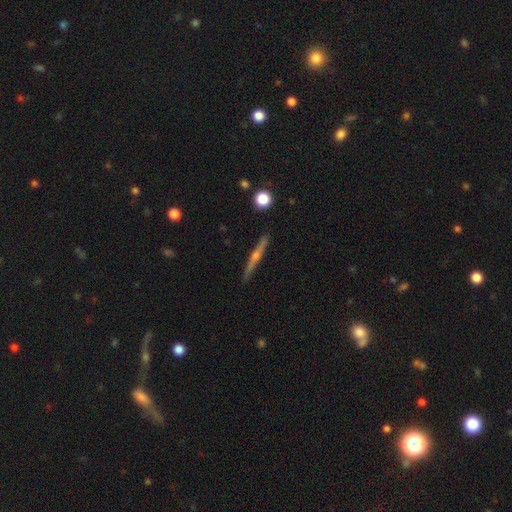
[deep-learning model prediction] The model was most divided on "smooth or featured": featured or disk: 70%, smooth: 24%, star or artifact: 6%. More confident: edge-on disk — yes (98%); merging — none (90%); edge-on bulge — rounded (81%).